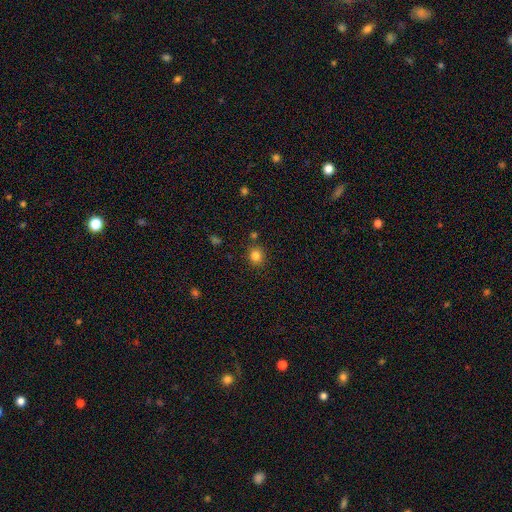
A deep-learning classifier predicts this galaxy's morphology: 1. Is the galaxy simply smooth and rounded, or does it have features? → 83% smooth, 12% star or artifact, 5% featured or disk.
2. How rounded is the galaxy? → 85% round, 14% in between, 1% cigar-shaped.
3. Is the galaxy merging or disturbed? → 84% none, 9% minor disturbance, 4% merger, 3% major disturbance.